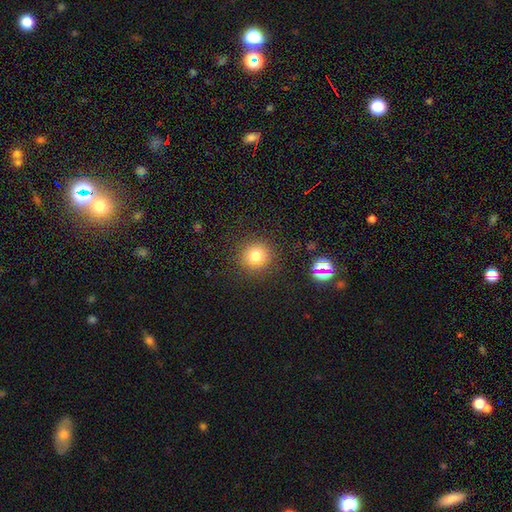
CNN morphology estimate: type=smooth (77%); roundness=round (93%); merging=none (88%).